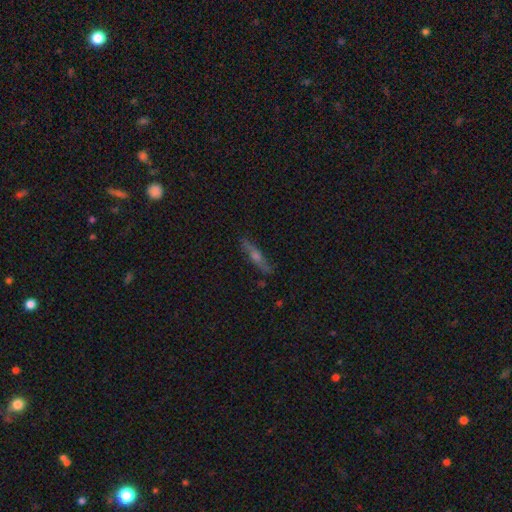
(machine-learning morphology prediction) featured or disk 62%, smooth 28%, star or artifact 10%. Down the decision tree: edge-on disk — yes (85%); edge-on bulge — rounded (83%); merging — none (85%).